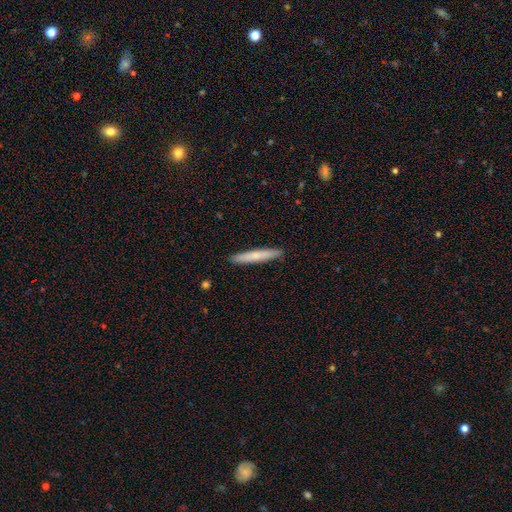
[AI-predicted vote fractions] Overall: smooth (68%). How rounded: cigar-shaped (95%). Merging: none (92%).